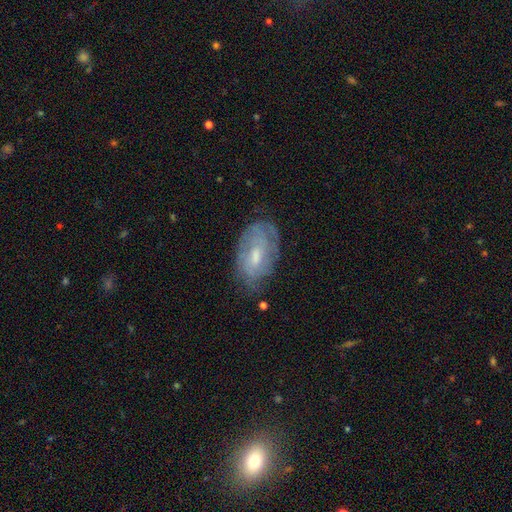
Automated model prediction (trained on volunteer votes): Smooth or featured: featured or disk — 61% (smooth — 32%)
Edge-on disk: no — 93% (yes — 7%)
Bar: no — 50% (weak — 42%)
Spiral arms: yes — 68% (no — 32%)
Bulge size: moderate — 53% (small — 35%)
Merging: none — 63% (minor disturbance — 25%)